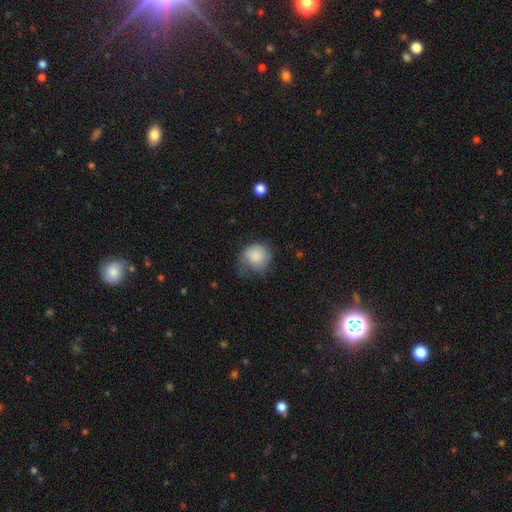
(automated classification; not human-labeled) A smooth galaxy with no disk features (79%) that is round (80%). Merging: none (40%).